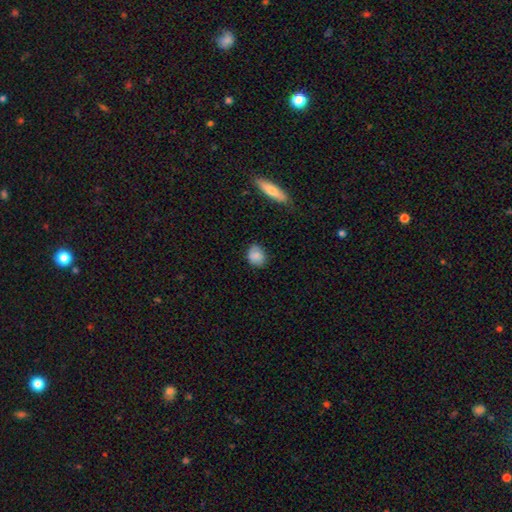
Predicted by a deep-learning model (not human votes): Smooth or featured? smooth (84%)
How rounded? round (52%)
Merging? none (78%)